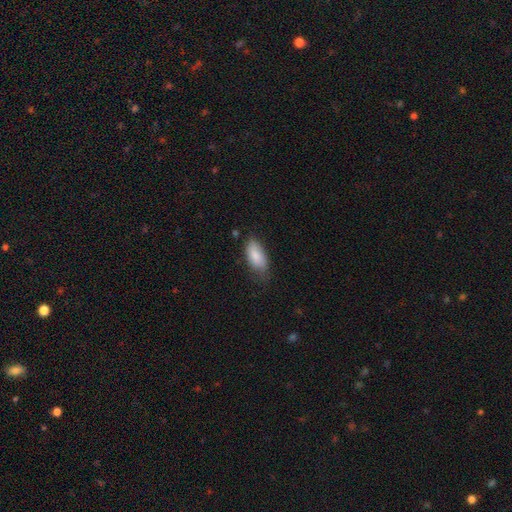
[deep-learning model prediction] Q: Smooth or featured?
A: smooth (85%); runner-up: featured or disk (9%)
Q: How rounded?
A: in between (91%); runner-up: cigar-shaped (7%)
Q: Merging?
A: none (62%); runner-up: minor disturbance (30%)